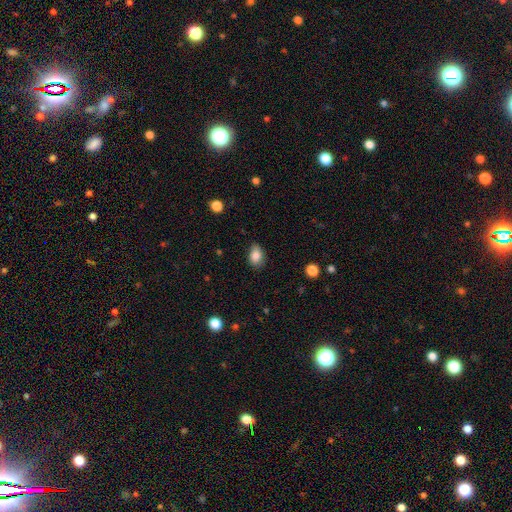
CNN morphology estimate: type=smooth (85%); roundness=in between (81%); merging=none (74%).